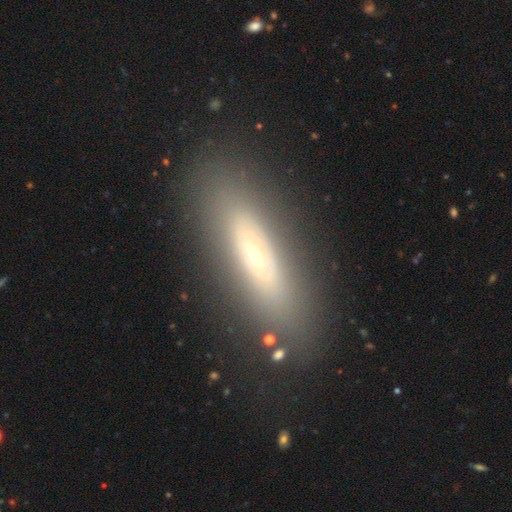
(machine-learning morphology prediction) A smooth galaxy with no disk features (48%). Merging: none (83%).